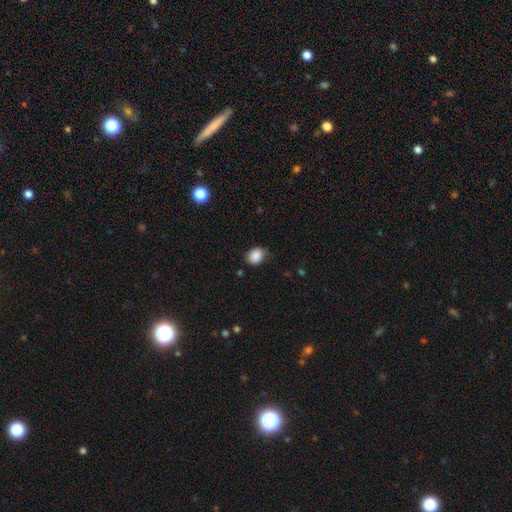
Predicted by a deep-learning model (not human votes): Smooth or featured?
  - smooth: 87% *
  - star or artifact: 8%
  - featured or disk: 4%
How rounded?
  - round: 51% *
  - in between: 48%
  - cigar-shaped: 1%
Merging?
  - none: 72% *
  - minor disturbance: 22%
  - major disturbance: 4%
  - merger: 2%